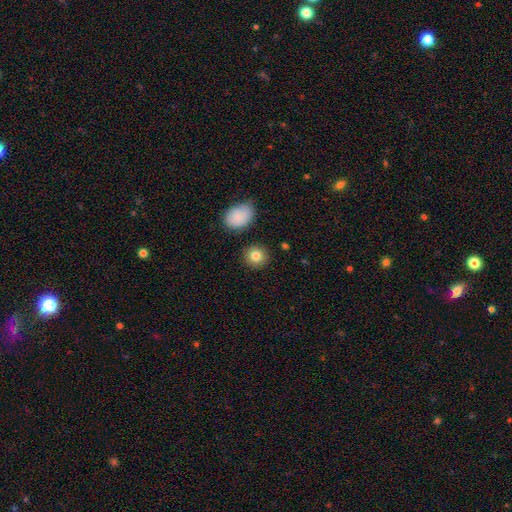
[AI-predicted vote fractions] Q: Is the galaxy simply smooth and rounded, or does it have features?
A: smooth — 82%.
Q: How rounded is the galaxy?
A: round — 88%.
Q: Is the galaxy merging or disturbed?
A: none — 87%.